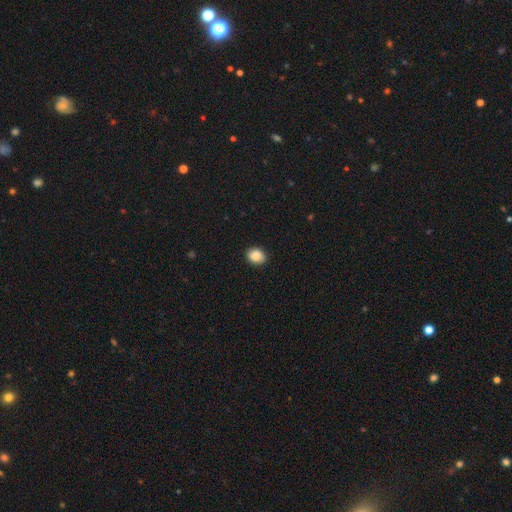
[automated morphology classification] A smooth galaxy with no disk features (87%) that is in between round and cigar-shaped (51%).

Vote fractions:
- Smooth or featured? smooth: 87% / star or artifact: 8% / featured or disk: 5%
- How rounded? in between: 51% / round: 49% / cigar-shaped: 1%
- Merging? none: 89% / minor disturbance: 9% / major disturbance: 2% / merger: 1%